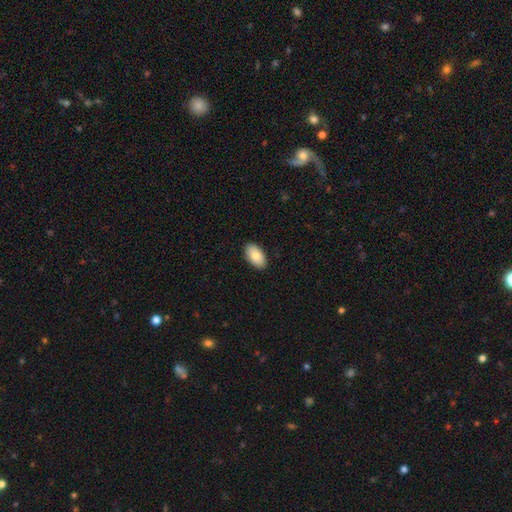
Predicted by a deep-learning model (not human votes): smooth_or_featured: smooth (p=0.85) [alt: featured or disk p=0.09]
how_rounded: in between (p=0.95) [alt: round p=0.03]
merging: none (p=0.90) [alt: minor disturbance p=0.08]